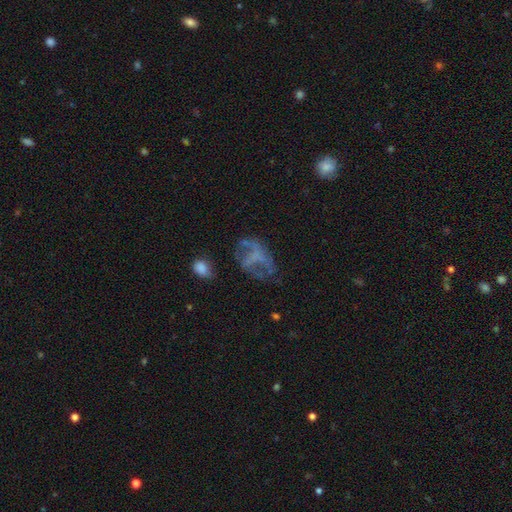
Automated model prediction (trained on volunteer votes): Smooth or featured? Predicted: featured or disk (p=0.56). Edge-on disk? Predicted: no (p=0.97). Bar? Predicted: no (p=0.75). Spiral arms? Predicted: no (p=0.69). Bulge size? Predicted: none (p=0.80). Merging? Predicted: none (p=0.39).